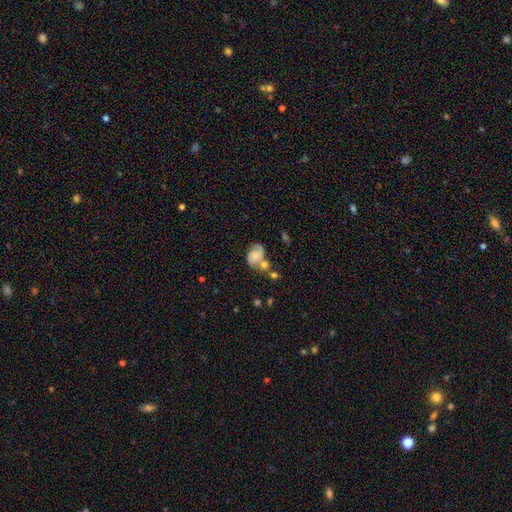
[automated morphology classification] smooth-or-featured: featured or disk: 47% | smooth: 43% | star or artifact: 10%
  merging: none: 39% | merger: 26% | minor disturbance: 22% | major disturbance: 13%